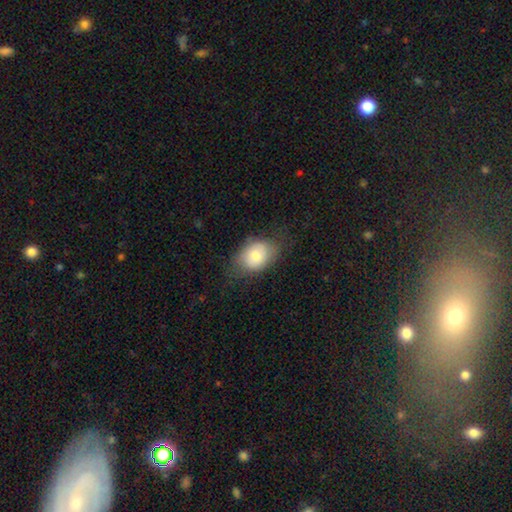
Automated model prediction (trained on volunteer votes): Smooth or featured? smooth (76%)
How rounded? in between (72%)
Merging? none (66%)